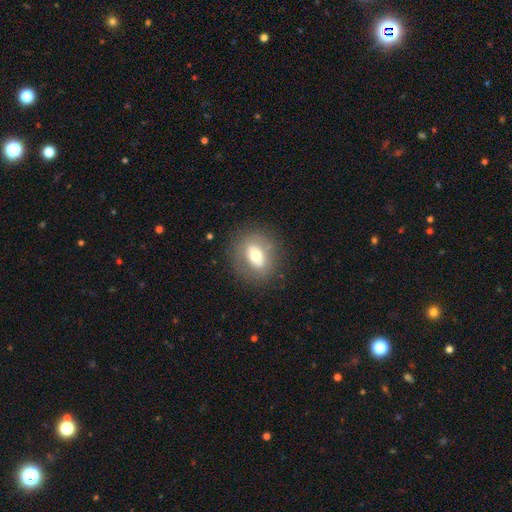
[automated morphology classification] This is possibly a smooth galaxy (57%). How rounded: possibly in between (50%). Merging: likely none (78%).